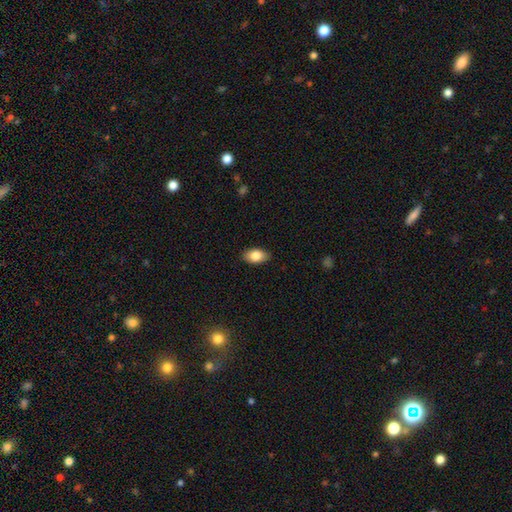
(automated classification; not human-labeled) Smooth or featured?
  - smooth: 84% *
  - featured or disk: 9%
  - star or artifact: 7%
How rounded?
  - in between: 91% *
  - round: 6%
  - cigar-shaped: 2%
Merging?
  - none: 87% *
  - minor disturbance: 9%
  - major disturbance: 2%
  - merger: 1%